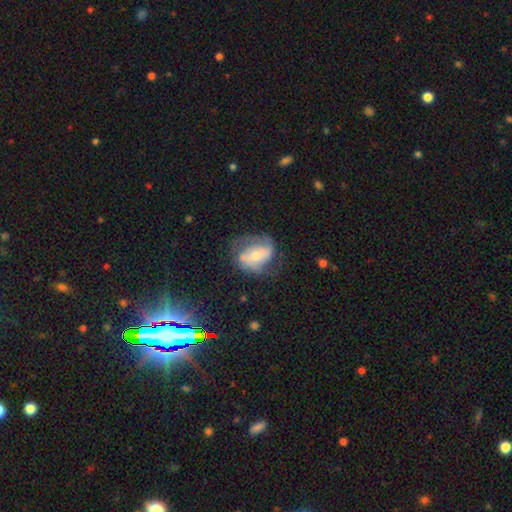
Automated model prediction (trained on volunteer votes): Overall: featured or disk (63%; smooth 30%). Edge-on disk: no (96%). Bar: no (43%; weak 36%). Spiral arms: yes (78%). Bulge size: moderate (46%; small 45%). Merging: none (51%; minor disturbance 25%).